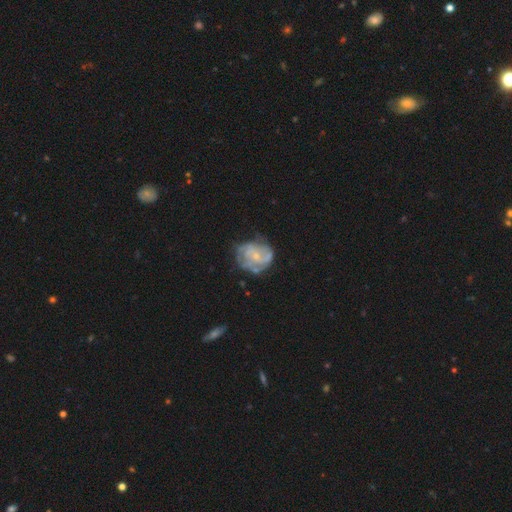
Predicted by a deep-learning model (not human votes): This is likely a featured or disk galaxy (74%). It is clearly not viewed edge-on (98%). Bar: likely no (74%). Spiral arm pattern: likely yes (77%). Spiral arm count: marginally can't tell (41%). Spiral winding: possibly tight (51%). Central bulge: likely small (71%). Merging: possibly none (56%).